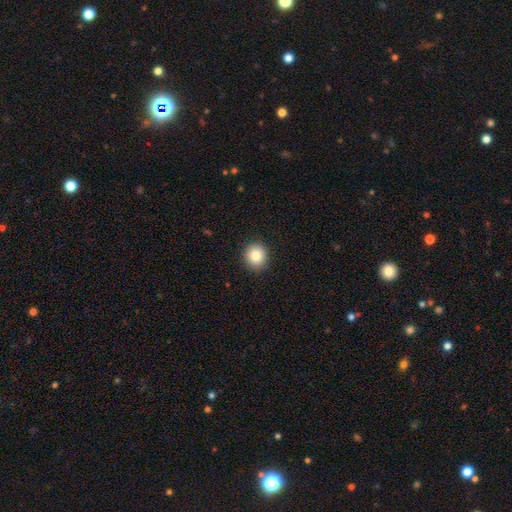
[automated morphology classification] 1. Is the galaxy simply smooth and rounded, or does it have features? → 84% smooth, 9% star or artifact, 7% featured or disk.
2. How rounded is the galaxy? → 87% round, 12% in between, 1% cigar-shaped.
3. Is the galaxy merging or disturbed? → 91% none, 7% minor disturbance, 2% major disturbance, 1% merger.